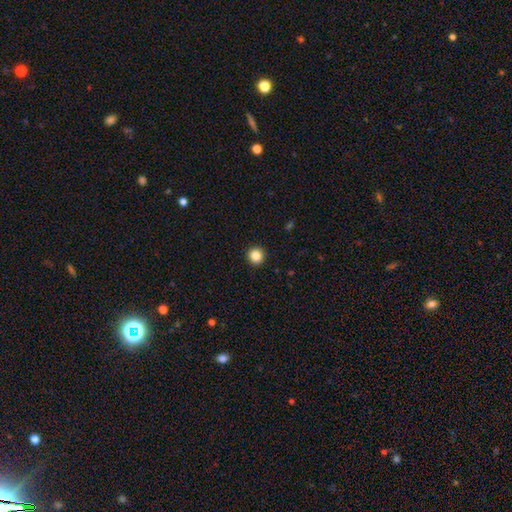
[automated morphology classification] Overall: smooth (85%). How rounded: round (94%). Merging: none (94%).